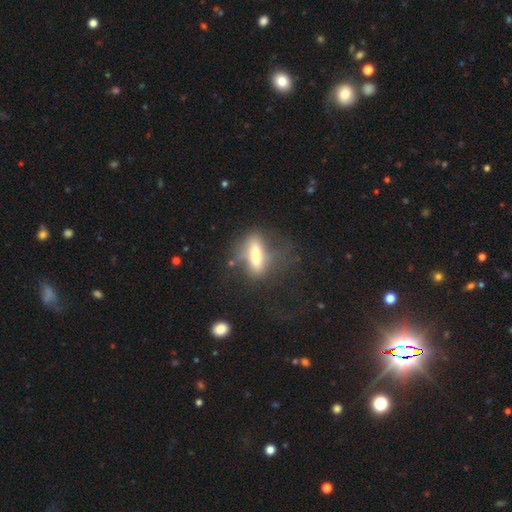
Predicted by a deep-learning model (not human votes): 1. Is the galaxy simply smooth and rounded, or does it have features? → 53% smooth, 38% featured or disk, 9% star or artifact.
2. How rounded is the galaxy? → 50% in between, 46% cigar-shaped, 4% round.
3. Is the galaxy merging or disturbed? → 46% none, 27% major disturbance, 23% minor disturbance, 5% merger.